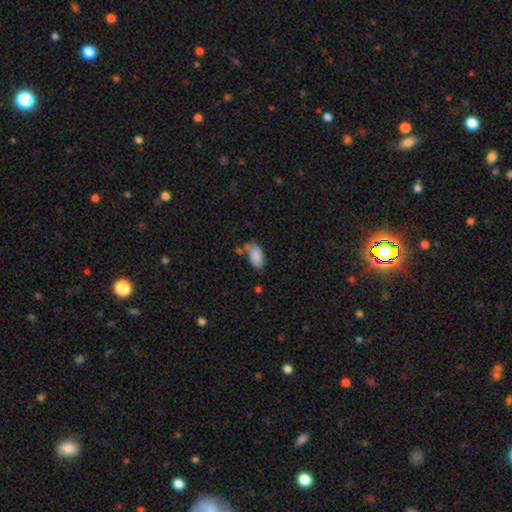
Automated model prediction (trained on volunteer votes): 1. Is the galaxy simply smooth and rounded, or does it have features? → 85% smooth, 8% star or artifact, 7% featured or disk.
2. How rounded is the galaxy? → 93% in between, 4% cigar-shaped, 3% round.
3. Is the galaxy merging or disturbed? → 53% none, 23% minor disturbance, 17% merger, 7% major disturbance.